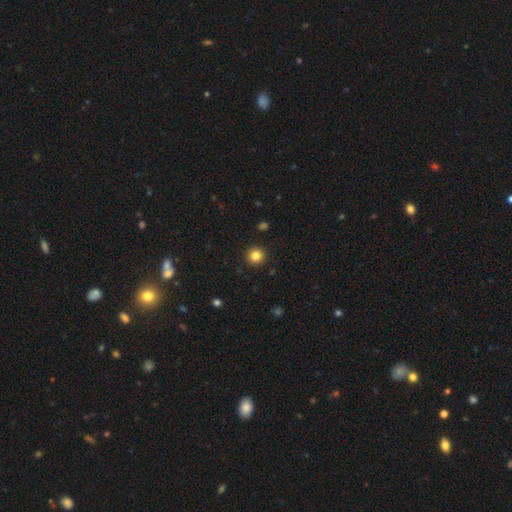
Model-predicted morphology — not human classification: The model was most divided on "smooth or featured": smooth: 83%, star or artifact: 12%, featured or disk: 5%. More confident: how rounded — round (95%); merging — none (93%).